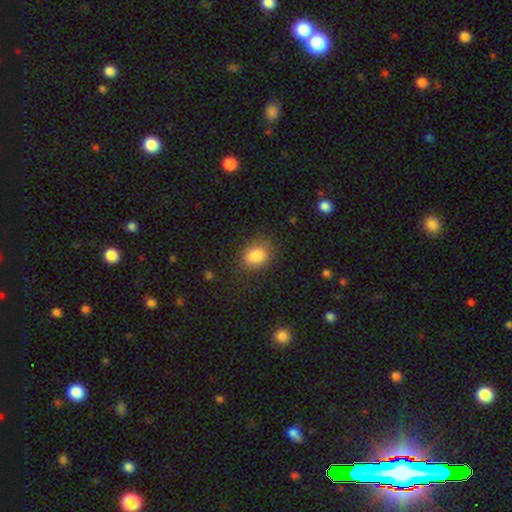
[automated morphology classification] Smooth or featured? Predicted: smooth (p=0.86). How rounded? Predicted: in between (p=0.60). Merging? Predicted: none (p=0.75).